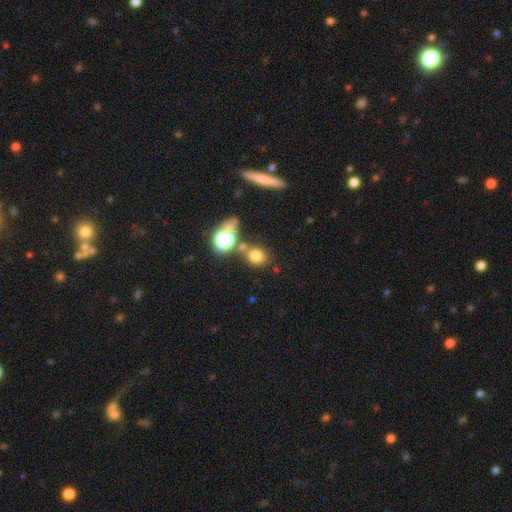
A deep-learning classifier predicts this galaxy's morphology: A smooth galaxy with no disk features (72%) that is round (61%). Merging: none (64%).